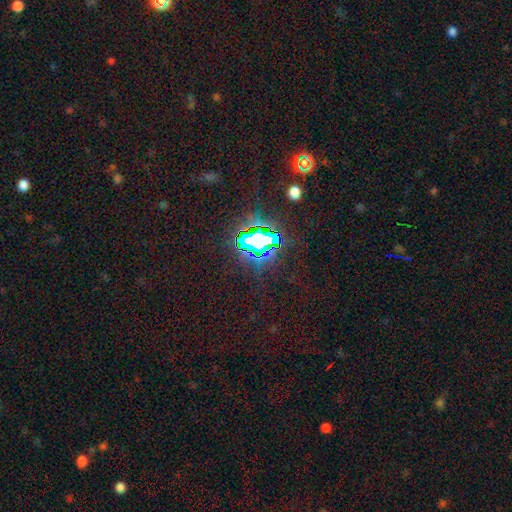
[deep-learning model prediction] Smooth or featured? star or artifact (81%)